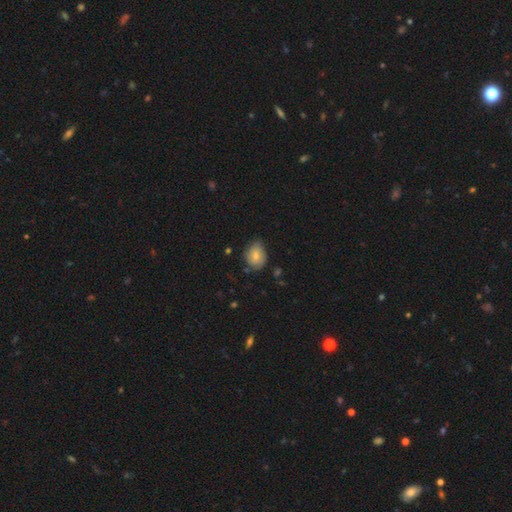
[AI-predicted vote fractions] smooth_or_featured: smooth (p=0.66) [alt: featured or disk p=0.27]
how_rounded: in between (p=0.56) [alt: round p=0.43]
merging: none (p=0.63) [alt: minor disturbance p=0.29]